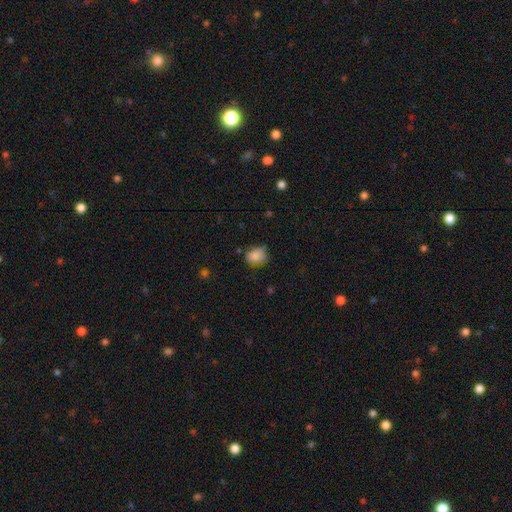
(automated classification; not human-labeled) Overall: smooth (85%). How rounded: round (54%; in between 46%). Merging: none (67%).